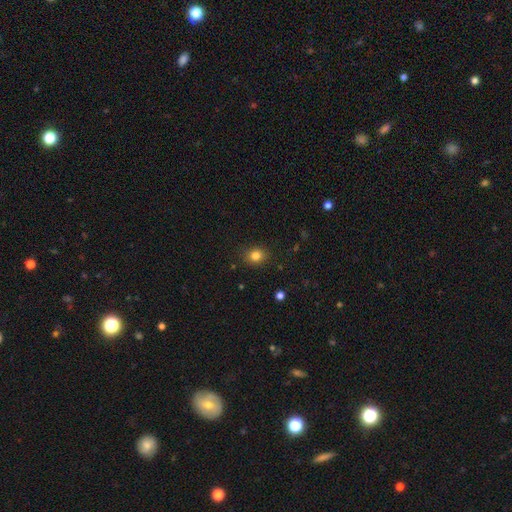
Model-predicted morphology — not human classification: Smooth or featured? smooth (83%)
How rounded? round (63%)
Merging? none (86%)